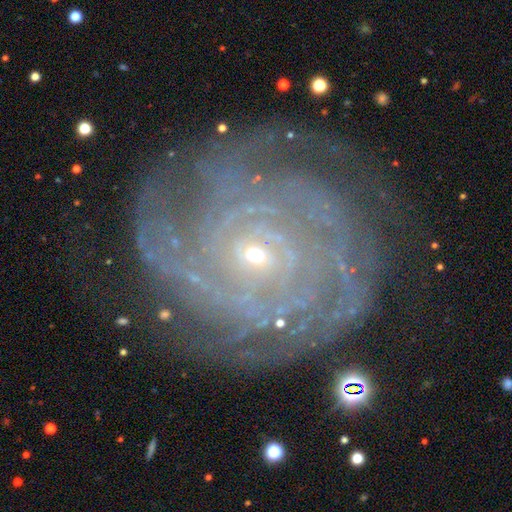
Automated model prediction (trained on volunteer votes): The model was most divided on "spiral arm count": can't tell: 28%, 2: 21%, 3: 16%, 4: 14%, more than 4: 11%, 1: 9%. More confident: edge-on disk — no (97%); spiral arms — yes (95%); smooth or featured — featured or disk (87%); bulge size — small (81%); spiral winding — tight (71%); bar — no (68%); merging — none (63%).